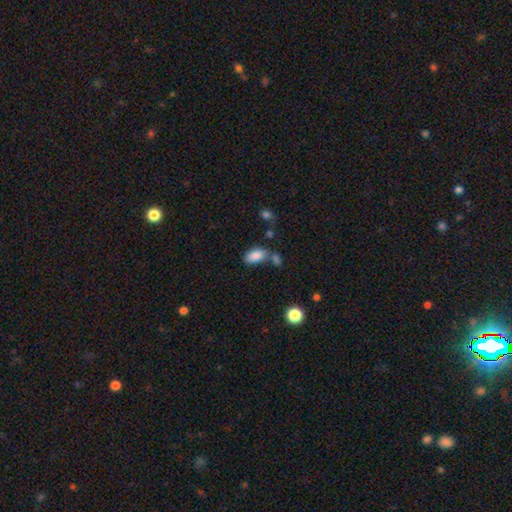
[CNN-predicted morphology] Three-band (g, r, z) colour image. It shows a smooth galaxy with no disk features (85%) that is in between round and cigar-shaped (93%). Merging: none (57%).